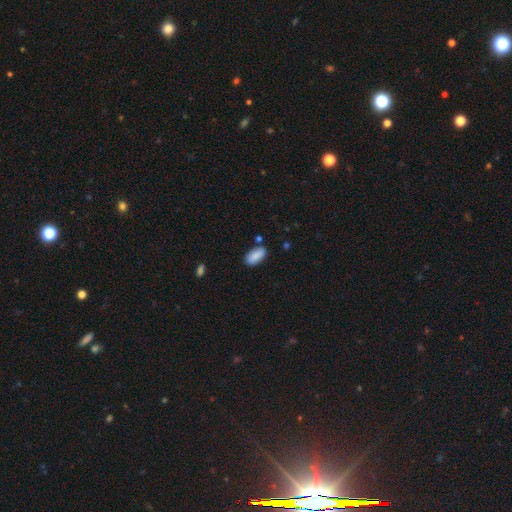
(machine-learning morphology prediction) This is clearly a smooth galaxy (88%). How rounded: clearly in between (91%). Merging: likely none (79%).